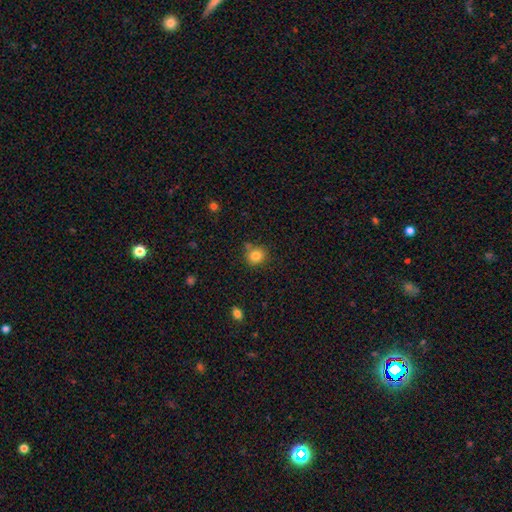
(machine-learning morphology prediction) The model was most divided on "merging": none: 72%, minor disturbance: 15%, merger: 9%, major disturbance: 4%. More confident: smooth or featured — smooth (82%); how rounded — round (81%).